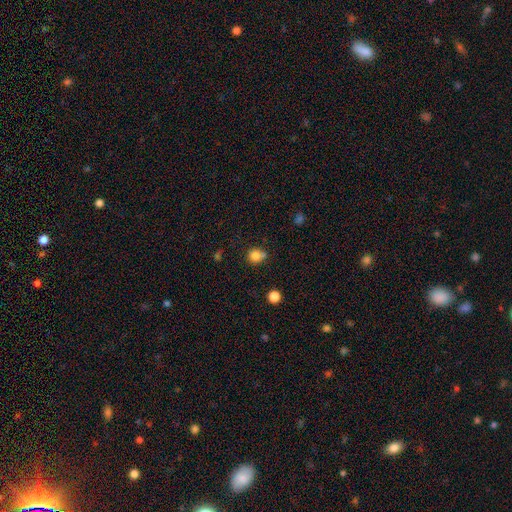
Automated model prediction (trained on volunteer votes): Overall: smooth (81%). How rounded: round (86%). Merging: none (62%).